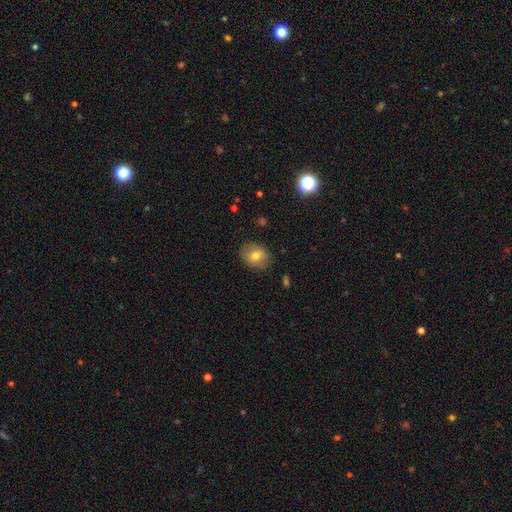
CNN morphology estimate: This is likely a smooth galaxy (74%). How rounded: possibly round (51%). Merging: clearly none (85%).